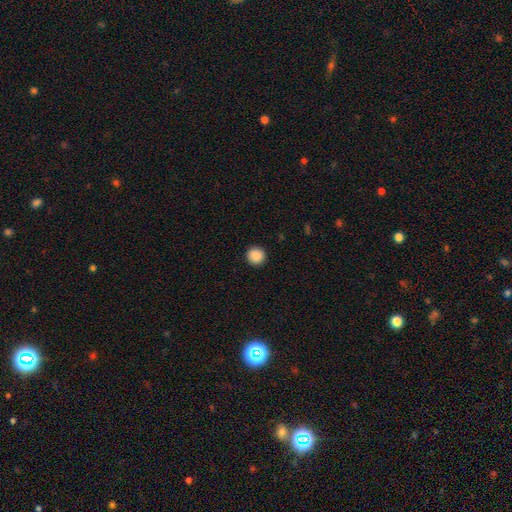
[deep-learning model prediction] smooth-or-featured: smooth: 89% | star or artifact: 9% | featured or disk: 3%
  how-rounded: round: 95% | in between: 4% | cigar-shaped: 1%
  merging: none: 92% | minor disturbance: 5% | major disturbance: 2% | merger: 1%